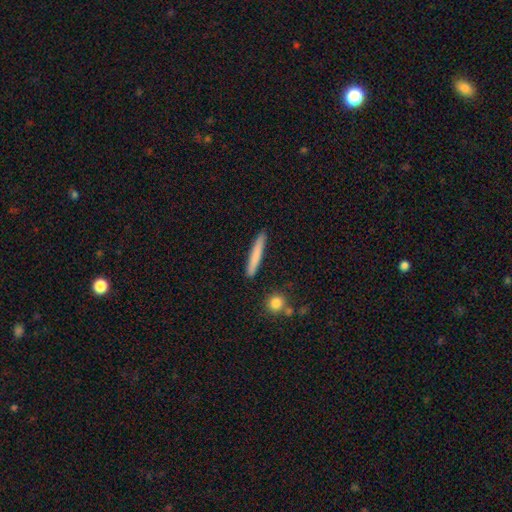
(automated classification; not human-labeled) smooth_or_featured: smooth (p=0.76) [alt: featured or disk p=0.18]
how_rounded: cigar-shaped (p=0.95) [alt: in between p=0.04]
merging: none (p=0.89) [alt: minor disturbance p=0.07]